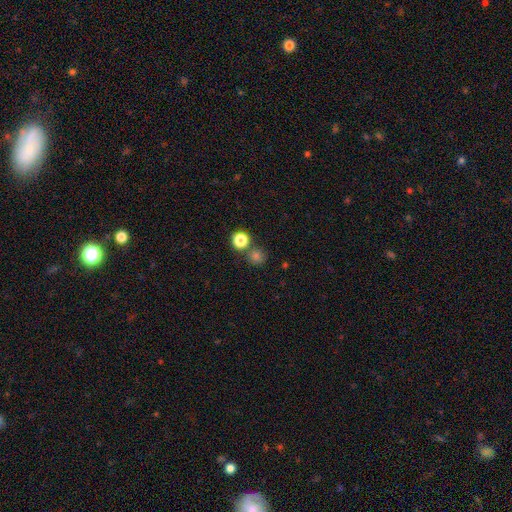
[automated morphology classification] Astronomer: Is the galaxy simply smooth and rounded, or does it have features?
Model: smooth — 73%.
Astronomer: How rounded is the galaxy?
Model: round — 91%.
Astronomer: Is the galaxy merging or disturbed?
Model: none — 71%.